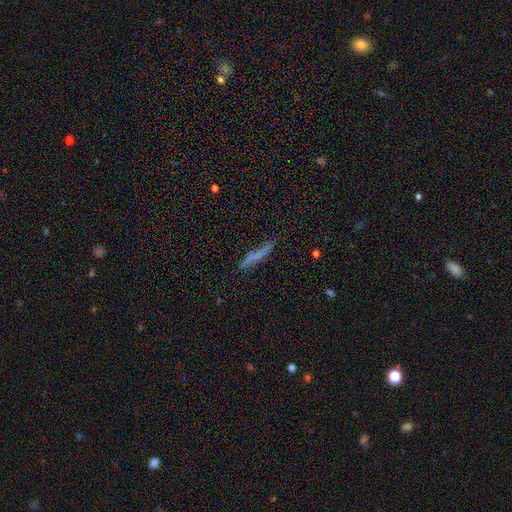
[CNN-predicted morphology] Q: Smooth or featured?
A: smooth (58%); runner-up: featured or disk (32%)
Q: How rounded?
A: cigar-shaped (92%); runner-up: in between (6%)
Q: Merging?
A: none (78%); runner-up: minor disturbance (16%)